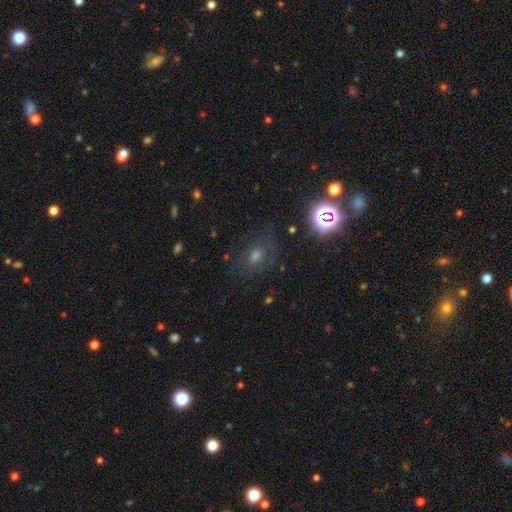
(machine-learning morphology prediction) Smooth or featured? Predicted: smooth (p=0.44). Merging? Predicted: none (p=0.71).